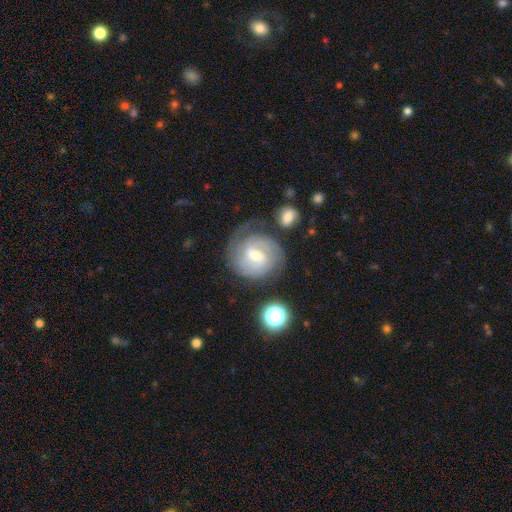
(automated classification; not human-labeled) The model was most divided on "bulge size" (2-way tie): small: 48%, moderate: 48%, large: 2%, none: 1%, dominant: 1%. More confident: edge-on disk — no (97%); spiral arms — yes (92%); smooth or featured — featured or disk (76%); merging — none (60%); bar — weak (58%); spiral winding — tight (56%); spiral arm count — 2 (52%).